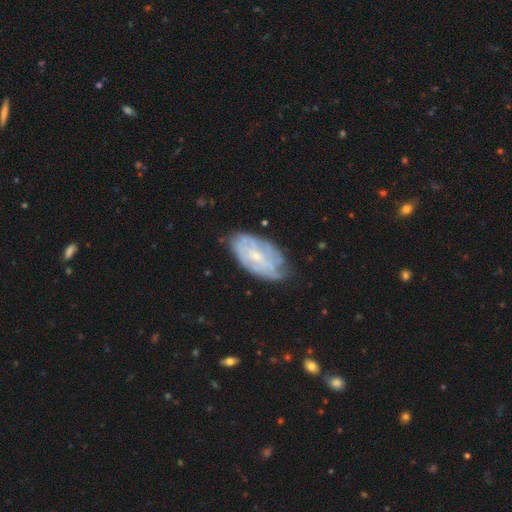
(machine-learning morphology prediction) Smooth or featured?
  - featured or disk: 66% *
  - smooth: 27%
  - star or artifact: 7%
Edge-on disk?
  - no: 93% *
  - yes: 7%
Bar?
  - no: 65% *
  - weak: 29%
  - strong: 6%
Spiral arms?
  - yes: 71% *
  - no: 29%
Bulge size?
  - small: 67% *
  - moderate: 27%
  - none: 4%
  - large: 1%
  - dominant: 1%
Merging?
  - none: 65% *
  - minor disturbance: 26%
  - major disturbance: 7%
  - merger: 2%